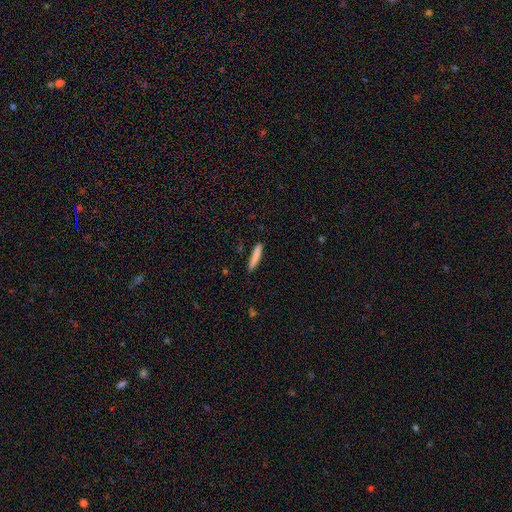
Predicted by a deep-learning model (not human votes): Overall: smooth (83%). How rounded: cigar-shaped (94%). Merging: none (88%).